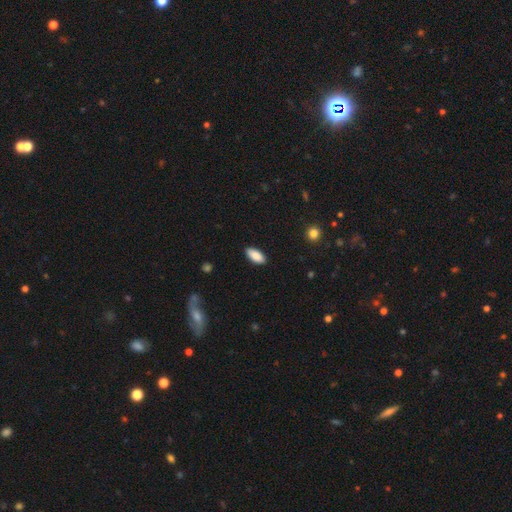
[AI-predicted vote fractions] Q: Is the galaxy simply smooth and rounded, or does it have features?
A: smooth — 88%.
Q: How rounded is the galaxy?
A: in between — 88%.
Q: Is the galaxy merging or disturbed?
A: none — 89%.